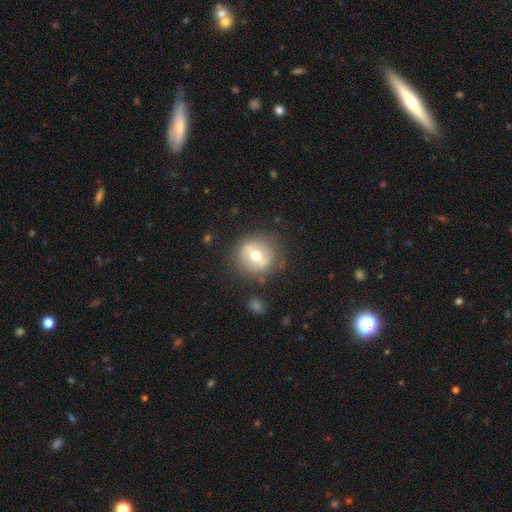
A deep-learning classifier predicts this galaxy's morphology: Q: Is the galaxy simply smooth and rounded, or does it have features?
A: featured or disk — 51%.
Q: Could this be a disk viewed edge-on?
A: no — 88%.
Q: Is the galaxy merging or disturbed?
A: none — 78%.